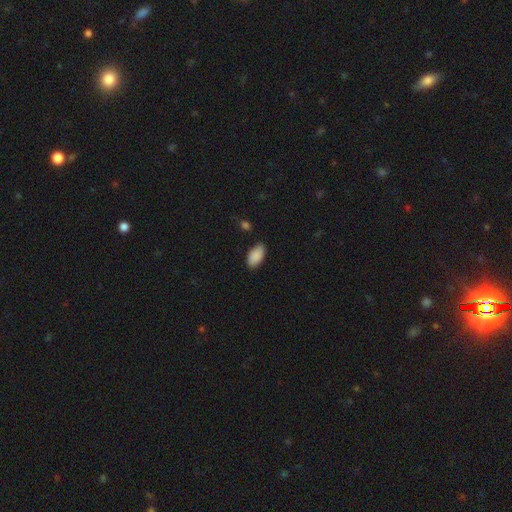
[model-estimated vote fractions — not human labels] smooth 90%, star or artifact 7%, featured or disk 3%. Down the decision tree: how rounded — in between (95%); merging — none (84%).